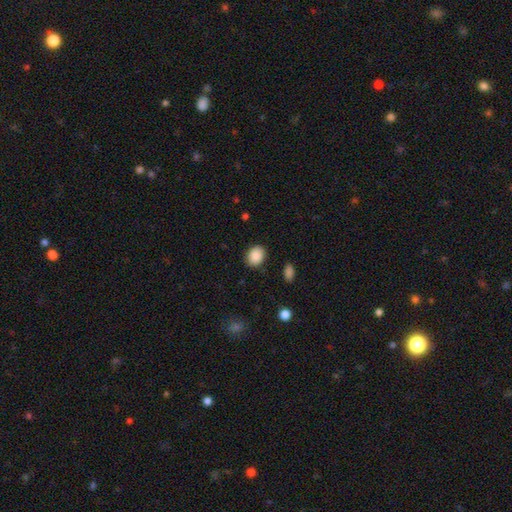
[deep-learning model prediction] This is clearly a smooth galaxy (89%). How rounded: possibly in between (51%). Merging: clearly none (86%).